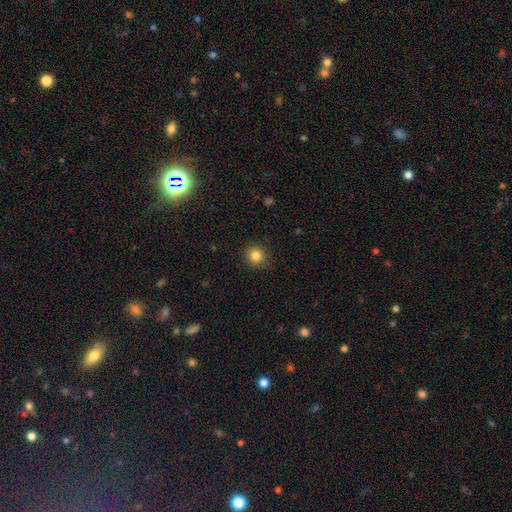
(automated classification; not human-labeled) Smooth or featured?
  - smooth: 84% *
  - star or artifact: 11%
  - featured or disk: 5%
How rounded?
  - round: 92% *
  - in between: 7%
  - cigar-shaped: 1%
Merging?
  - none: 89% *
  - minor disturbance: 7%
  - major disturbance: 2%
  - merger: 1%